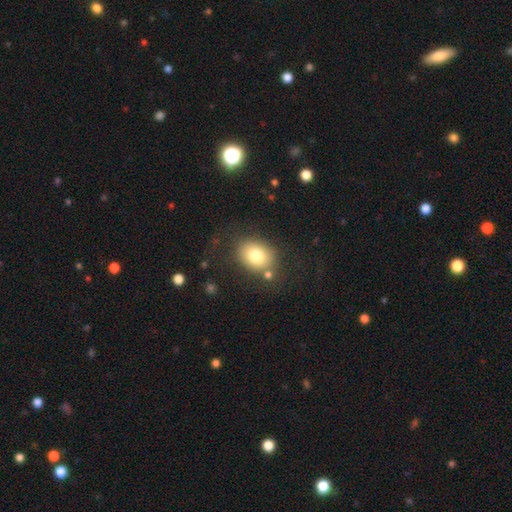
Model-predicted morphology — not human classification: Smooth or featured? smooth (78%)
How rounded? in between (62%)
Merging? none (73%)